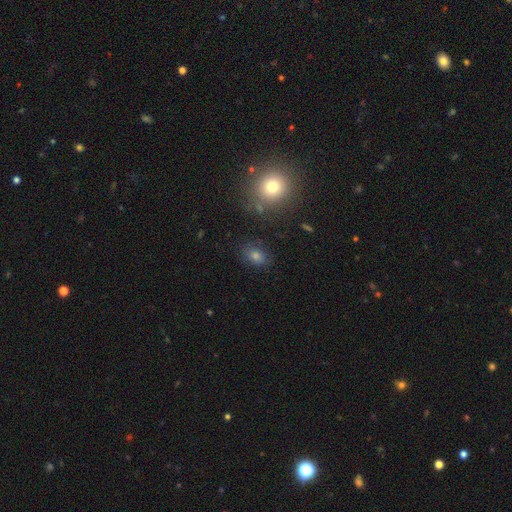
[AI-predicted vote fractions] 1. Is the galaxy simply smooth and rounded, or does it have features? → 70% smooth, 19% star or artifact, 12% featured or disk.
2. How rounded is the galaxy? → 71% in between, 27% round, 2% cigar-shaped.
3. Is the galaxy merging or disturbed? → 83% none, 11% minor disturbance, 4% major disturbance, 2% merger.